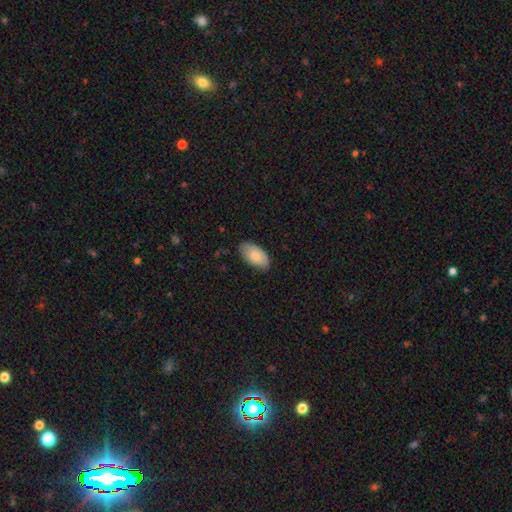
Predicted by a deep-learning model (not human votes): Smooth or featured?
  - smooth: 82% *
  - featured or disk: 12%
  - star or artifact: 6%
How rounded?
  - in between: 95% *
  - round: 3%
  - cigar-shaped: 2%
Merging?
  - none: 77% *
  - minor disturbance: 19%
  - major disturbance: 3%
  - merger: 1%